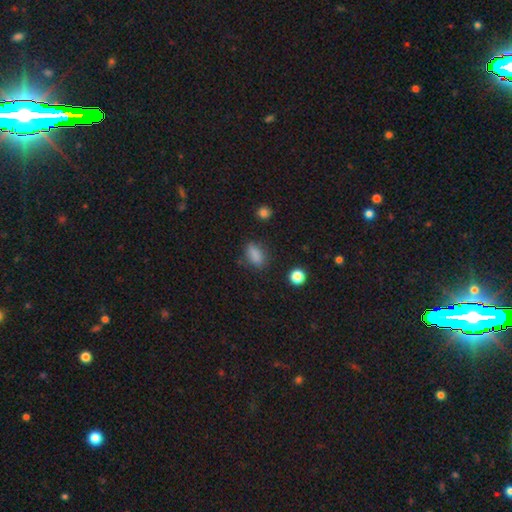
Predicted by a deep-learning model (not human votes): Smooth or featured? Predicted: smooth (p=0.83). How rounded? Predicted: in between (p=0.82). Merging? Predicted: none (p=0.75).